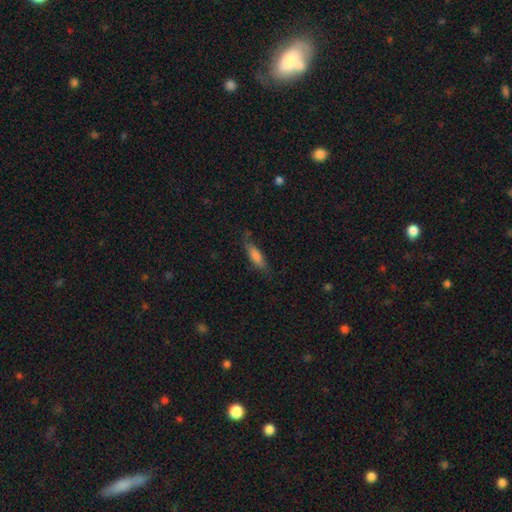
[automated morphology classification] The model was most divided on "how rounded": cigar-shaped: 64%, in between: 34%, round: 2%. More confident: merging — none (73%); smooth or featured — smooth (65%).